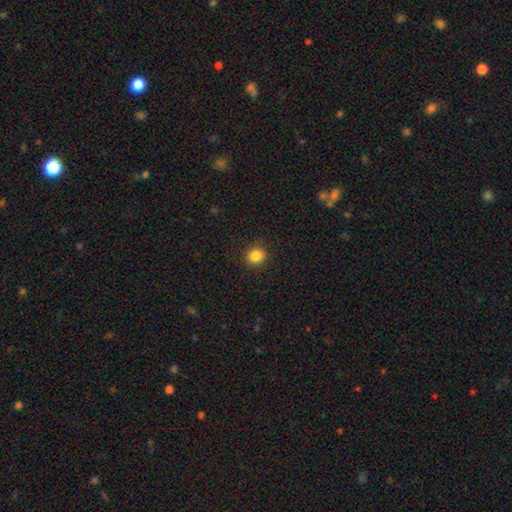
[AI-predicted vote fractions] smooth_or_featured: smooth (p=0.85) [alt: star or artifact p=0.11]
how_rounded: round (p=0.77) [alt: in between p=0.22]
merging: none (p=0.89) [alt: minor disturbance p=0.07]